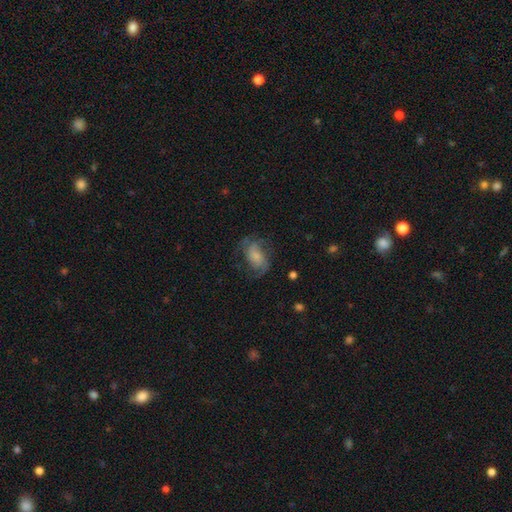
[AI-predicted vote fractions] smooth-or-featured: featured or disk: 63% | smooth: 28% | star or artifact: 9%
  disk-edge-on: no: 97% | yes: 3%
    bar: no: 62% | weak: 31% | strong: 7%
    has-spiral-arms: yes: 88% | no: 12%
      spiral-winding: medium: 46% | loose: 33% | tight: 21%
      spiral-arm-count: 2: 66% | can't tell: 16% | 3: 8% | 1: 5% | 4: 3% | more than 4: 2%
    bulge-size: small: 41% | moderate: 27% | none: 19% | large: 11% | dominant: 3%
  merging: none: 59% | minor disturbance: 21% | major disturbance: 19% | merger: 2%